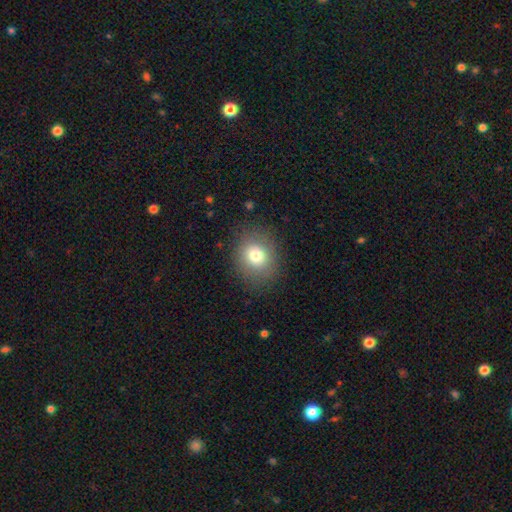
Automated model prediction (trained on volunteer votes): smooth_or_featured: smooth (p=0.76) [alt: featured or disk p=0.13]
how_rounded: round (p=0.73) [alt: in between p=0.26]
merging: none (p=0.84) [alt: minor disturbance p=0.10]